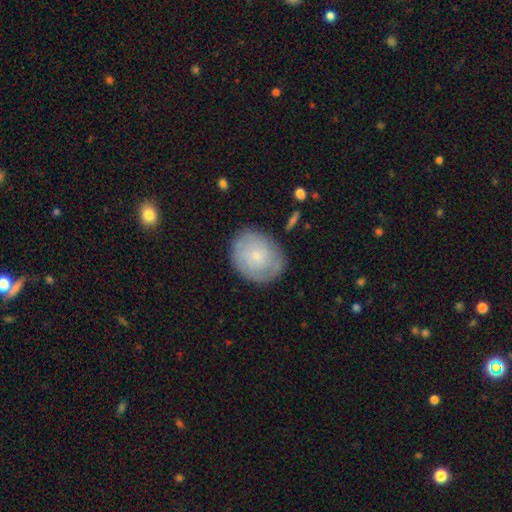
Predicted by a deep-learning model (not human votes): Overall: smooth (49%; featured or disk 44%). Merging: none (79%).